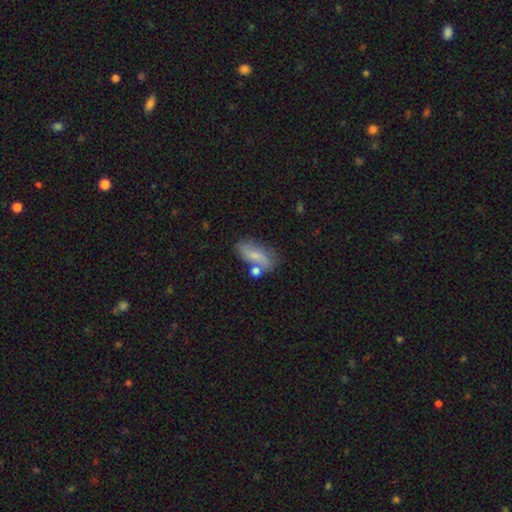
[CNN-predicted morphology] smooth 64%, featured or disk 28%, star or artifact 8%. Down the decision tree: how rounded — in between (80%); merging — none (55%).